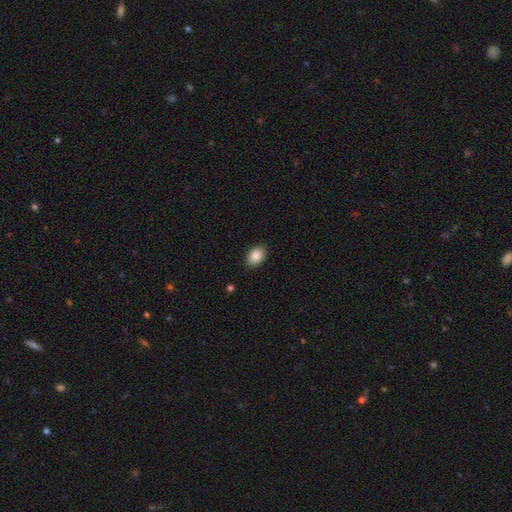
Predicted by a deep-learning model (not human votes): smooth 87%, star or artifact 7%, featured or disk 5%. Down the decision tree: how rounded — in between (83%); merging — none (89%).